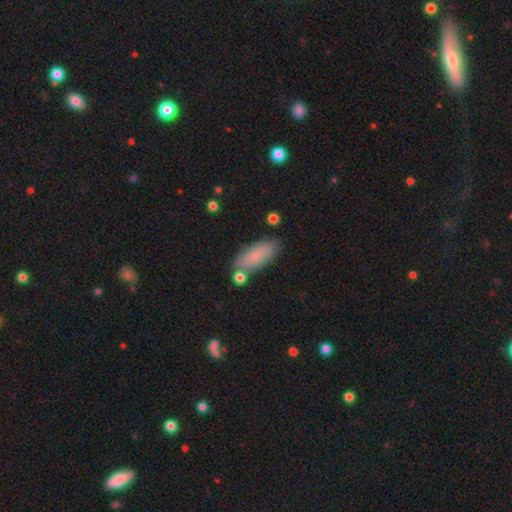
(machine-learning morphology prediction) smooth_or_featured: smooth (p=0.79) [alt: featured or disk p=0.14]
how_rounded: in between (p=0.74) [alt: cigar-shaped p=0.23]
merging: none (p=0.75) [alt: minor disturbance p=0.15]